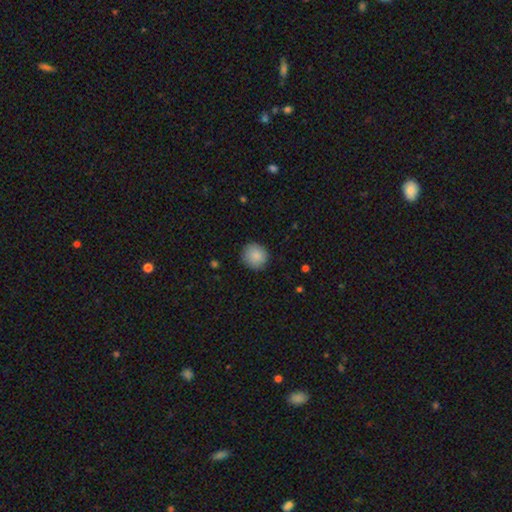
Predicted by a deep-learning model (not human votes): Q: Smooth or featured?
A: smooth (88%); runner-up: star or artifact (7%)
Q: How rounded?
A: round (89%); runner-up: in between (10%)
Q: Merging?
A: none (87%); runner-up: minor disturbance (10%)